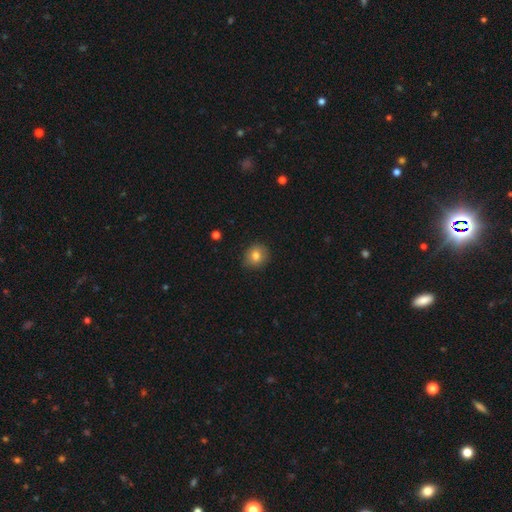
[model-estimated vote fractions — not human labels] Q: Smooth or featured?
A: smooth (80%); runner-up: star or artifact (10%)
Q: How rounded?
A: round (74%); runner-up: in between (25%)
Q: Merging?
A: none (87%); runner-up: minor disturbance (10%)